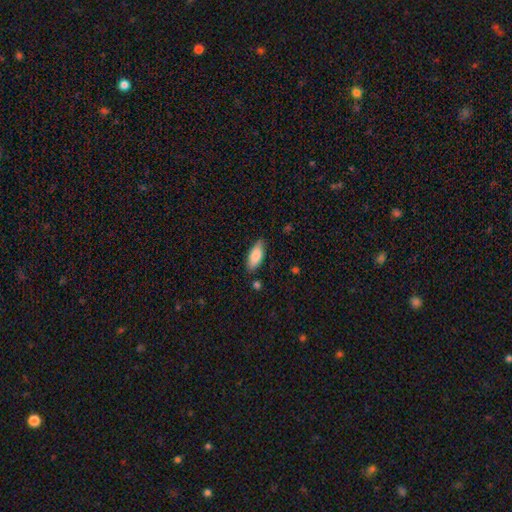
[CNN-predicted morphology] This is clearly a smooth galaxy (83%). How rounded: clearly in between (81%). Merging: clearly none (82%).